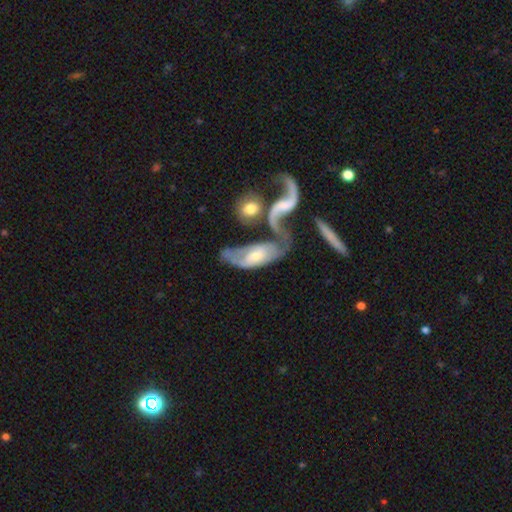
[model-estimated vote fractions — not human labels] Morphology: type=featured or disk (61%); edge-on=no (86%); bar=no (58%); spiral arms=yes (68%); bulge=moderate (43%); merging=merger (43%).